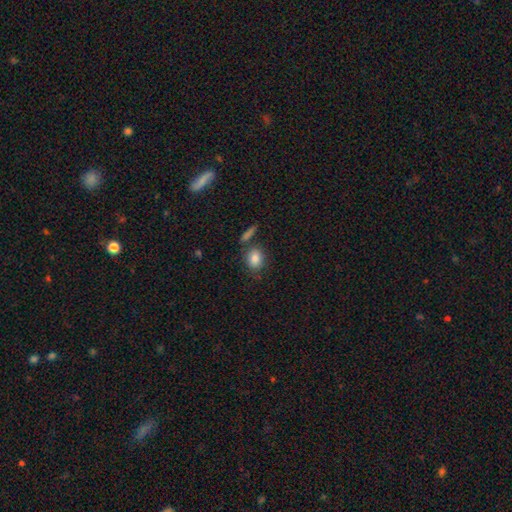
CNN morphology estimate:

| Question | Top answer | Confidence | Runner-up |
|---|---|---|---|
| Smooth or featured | smooth | 80% | star or artifact (12%) |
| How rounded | round | 60% | in between (37%) |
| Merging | none | 72% | minor disturbance (13%) |